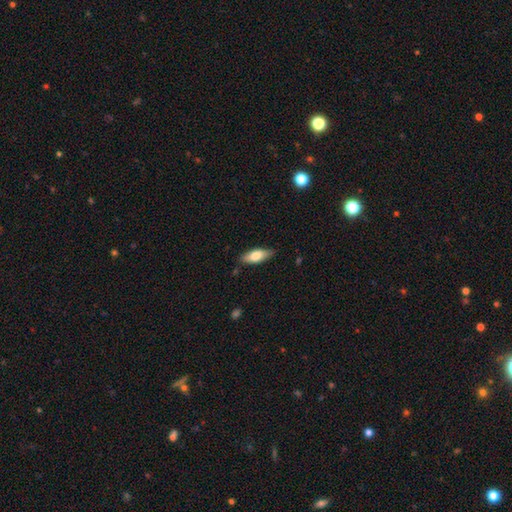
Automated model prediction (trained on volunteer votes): Smooth or featured? Predicted: smooth (p=0.72). How rounded? Predicted: in between (p=0.71). Merging? Predicted: none (p=0.82).